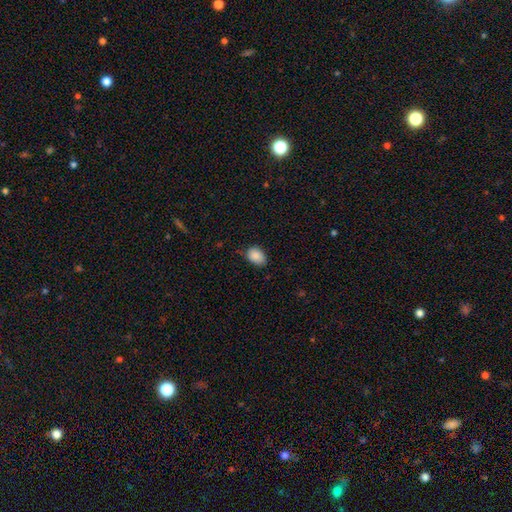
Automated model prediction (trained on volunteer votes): Q: Smooth or featured?
A: smooth (88%); runner-up: star or artifact (8%)
Q: How rounded?
A: in between (78%); runner-up: round (21%)
Q: Merging?
A: none (76%); runner-up: minor disturbance (20%)